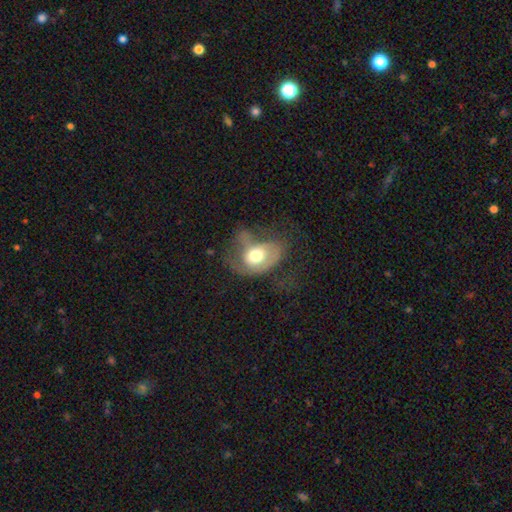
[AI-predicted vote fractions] Smooth or featured: smooth — 50% (featured or disk — 42%)
Merging: major disturbance — 47% (minor disturbance — 25%)